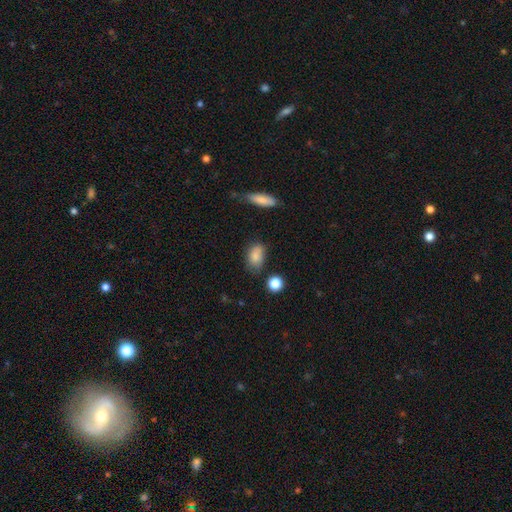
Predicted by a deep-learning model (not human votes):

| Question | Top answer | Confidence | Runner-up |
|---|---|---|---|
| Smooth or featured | smooth | 83% | star or artifact (9%) |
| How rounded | in between | 86% | round (11%) |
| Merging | none | 61% | minor disturbance (28%) |